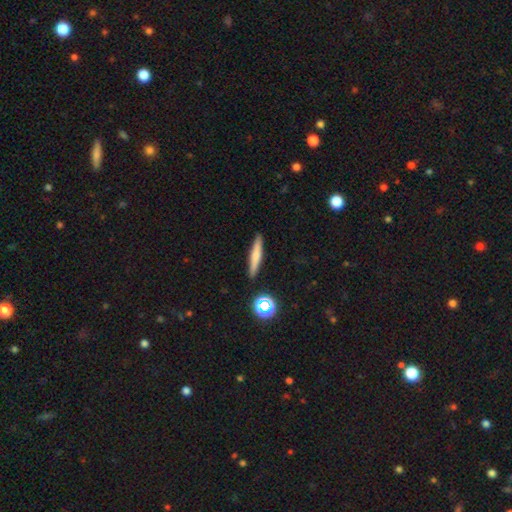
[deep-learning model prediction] smooth_or_featured: smooth (p=0.63) [alt: featured or disk p=0.28]
how_rounded: cigar-shaped (p=0.91) [alt: in between p=0.07]
merging: none (p=0.90) [alt: minor disturbance p=0.07]